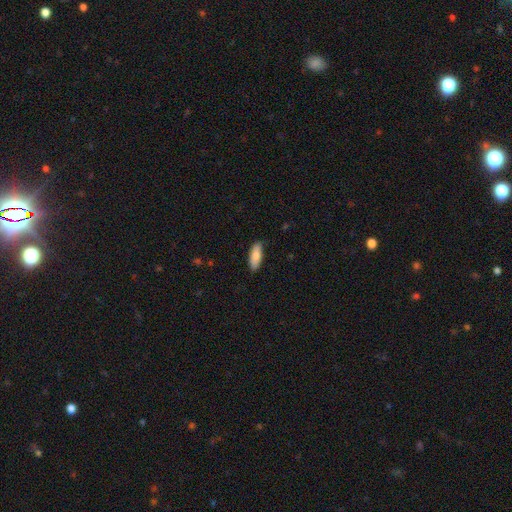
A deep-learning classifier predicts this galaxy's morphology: Q: Smooth or featured?
A: smooth (83%); runner-up: featured or disk (12%)
Q: How rounded?
A: in between (67%); runner-up: cigar-shaped (31%)
Q: Merging?
A: none (84%); runner-up: minor disturbance (13%)